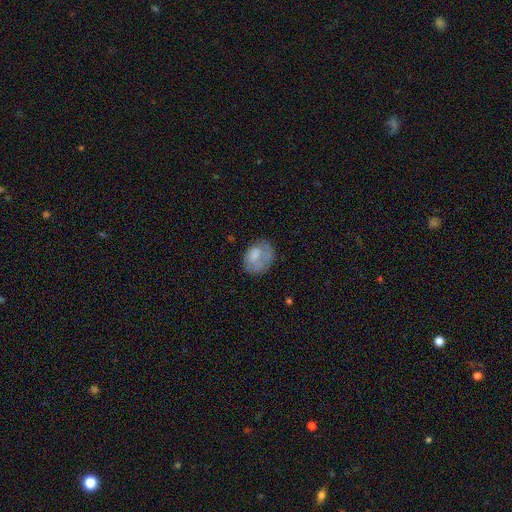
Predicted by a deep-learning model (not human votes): This appears to be a smooth galaxy with no disk features (67%) that is in between round and cigar-shaped (62%). Merging: none (47%).